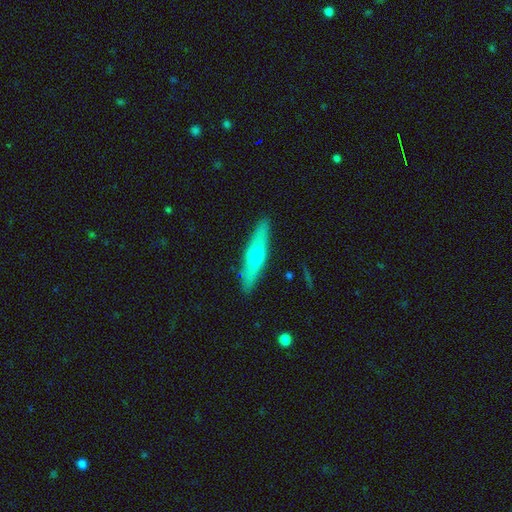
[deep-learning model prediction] This is possibly a featured or disk galaxy (47%, tied with smooth). Merging: clearly none (89%).